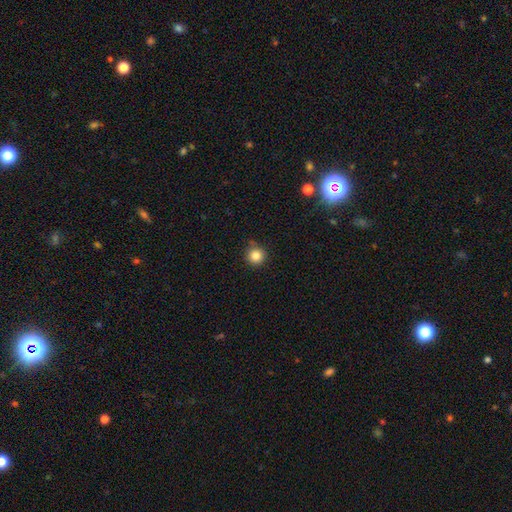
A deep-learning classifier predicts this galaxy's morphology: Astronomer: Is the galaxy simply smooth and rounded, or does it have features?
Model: smooth — 84%.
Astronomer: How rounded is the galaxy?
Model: round — 95%.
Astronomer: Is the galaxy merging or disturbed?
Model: none — 84%.